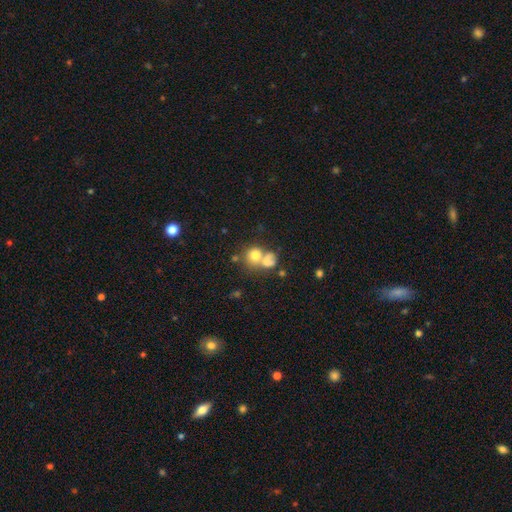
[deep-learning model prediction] smooth_or_featured: smooth (p=0.73) [alt: featured or disk p=0.16]
how_rounded: round (p=0.76) [alt: in between p=0.23]
merging: merger (p=0.56) [alt: none p=0.31]